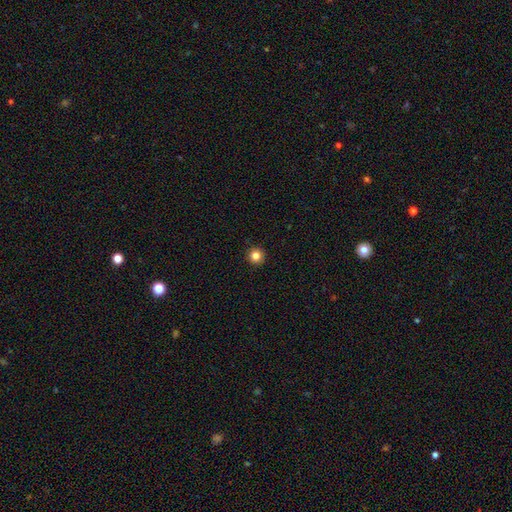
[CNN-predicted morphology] smooth-or-featured: smooth: 83% | star or artifact: 12% | featured or disk: 5%
  how-rounded: round: 96% | in between: 3% | cigar-shaped: 1%
  merging: none: 94% | minor disturbance: 4% | major disturbance: 1% | merger: 1%